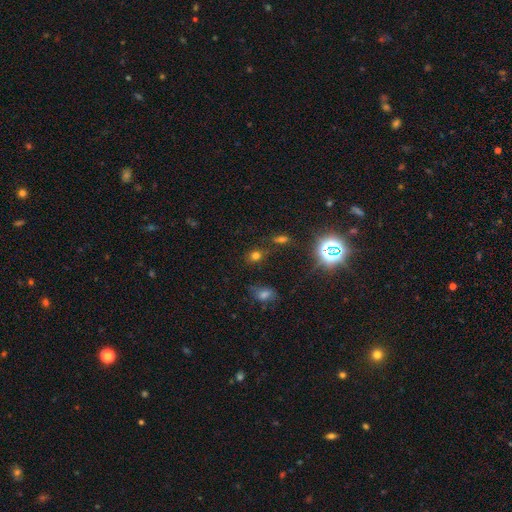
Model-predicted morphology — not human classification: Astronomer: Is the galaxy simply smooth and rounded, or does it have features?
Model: smooth — 63%.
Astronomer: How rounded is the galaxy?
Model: round — 62%.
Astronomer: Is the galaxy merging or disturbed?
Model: none — 70%.